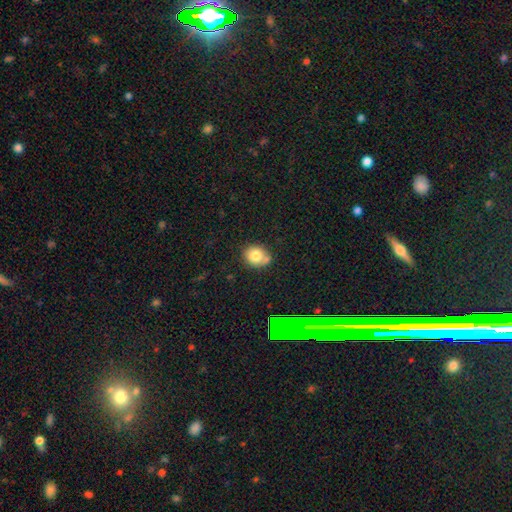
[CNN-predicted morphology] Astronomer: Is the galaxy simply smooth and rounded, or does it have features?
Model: smooth — 77%.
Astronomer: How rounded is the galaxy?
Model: round — 69%.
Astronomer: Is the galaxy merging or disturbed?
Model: none — 64%.